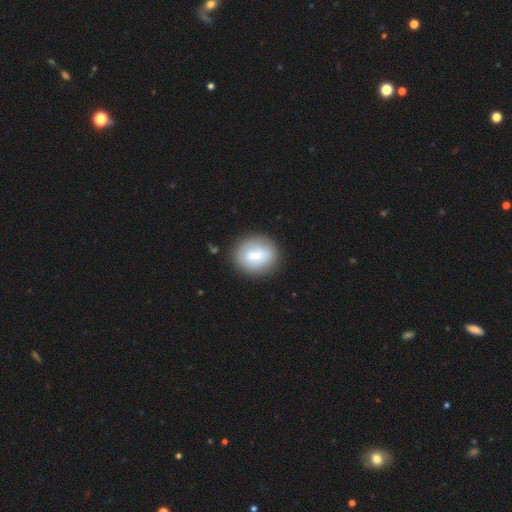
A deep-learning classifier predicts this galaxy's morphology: Smooth or featured?
  - smooth: 66% *
  - featured or disk: 26%
  - star or artifact: 8%
How rounded?
  - round: 71% *
  - in between: 28%
  - cigar-shaped: 1%
Merging?
  - none: 80% *
  - minor disturbance: 13%
  - major disturbance: 5%
  - merger: 3%